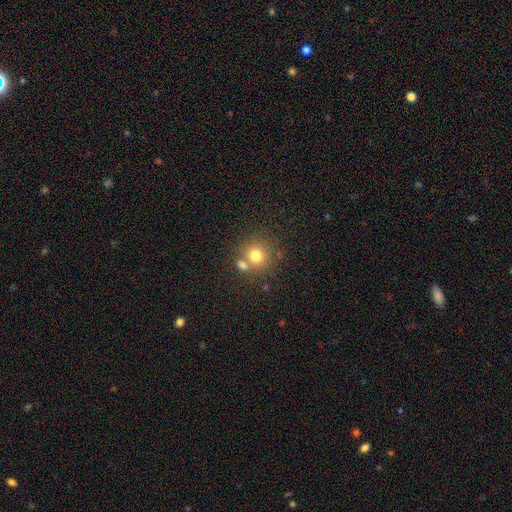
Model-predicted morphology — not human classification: A smooth galaxy with no disk features (75%) that is round (87%). Merging: none (59%).